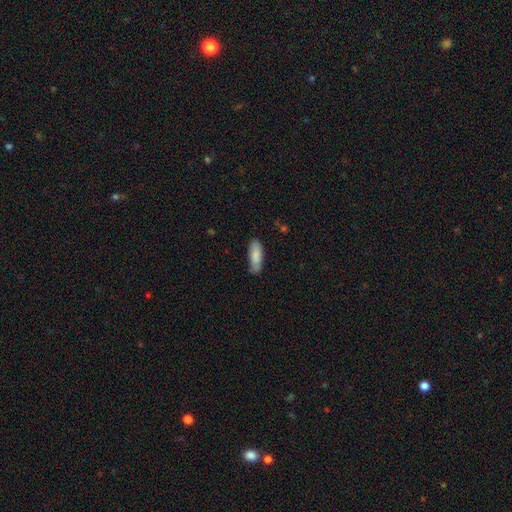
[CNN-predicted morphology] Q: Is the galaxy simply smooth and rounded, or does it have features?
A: smooth — 86%.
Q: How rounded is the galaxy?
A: in between — 63%.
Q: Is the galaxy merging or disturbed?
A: none — 74%.